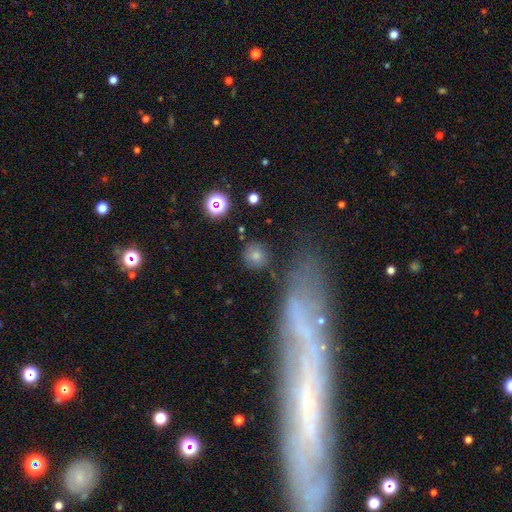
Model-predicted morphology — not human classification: The model was most divided on "smooth or featured": smooth: 74%, star or artifact: 14%, featured or disk: 12%. More confident: how rounded — round (92%); merging — none (81%).